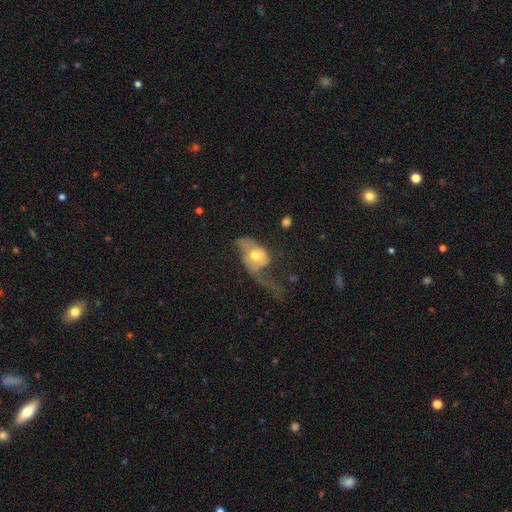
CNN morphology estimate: smooth_or_featured: featured or disk (p=0.52) [alt: smooth p=0.41]
disk_edge_on: no (p=0.93) [alt: yes p=0.07]
merging: major disturbance (p=0.61) [alt: none p=0.17]